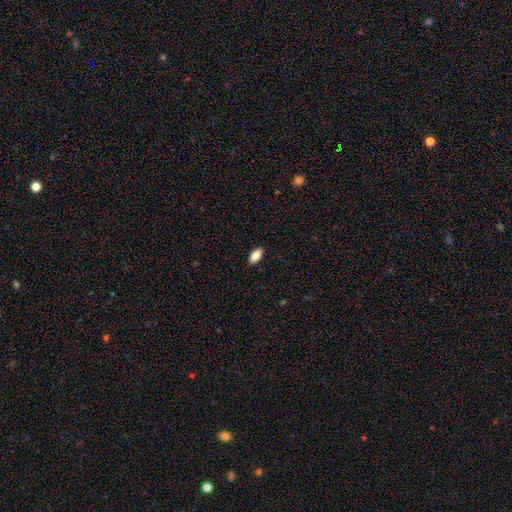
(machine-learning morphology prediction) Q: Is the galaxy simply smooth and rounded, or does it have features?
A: smooth — 82%.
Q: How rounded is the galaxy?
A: in between — 90%.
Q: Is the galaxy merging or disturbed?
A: none — 89%.